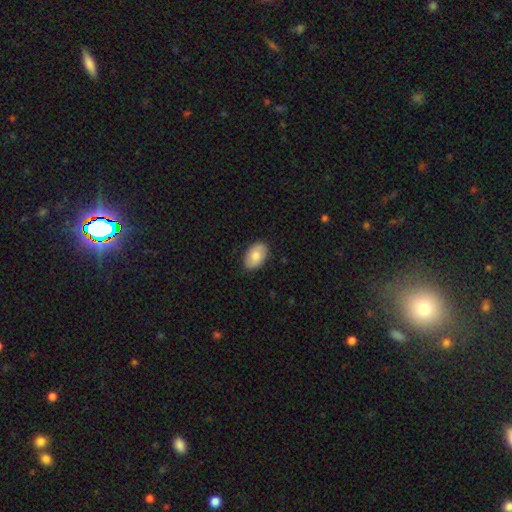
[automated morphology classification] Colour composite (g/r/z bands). It shows a smooth galaxy with no disk features (78%) that is in between round and cigar-shaped (90%). Merging: none (84%).